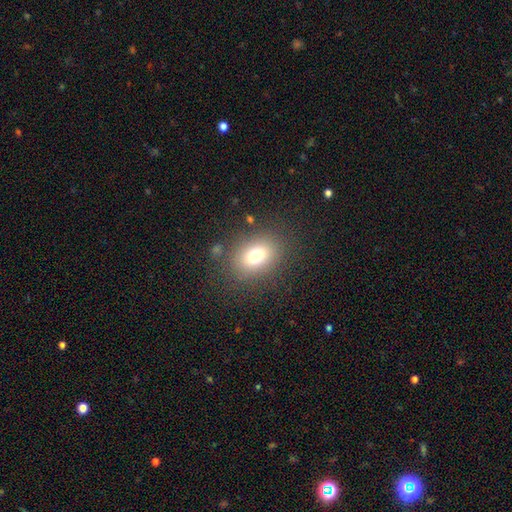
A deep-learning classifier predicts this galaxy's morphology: Smooth or featured? smooth (74%)
How rounded? in between (64%)
Merging? none (82%)